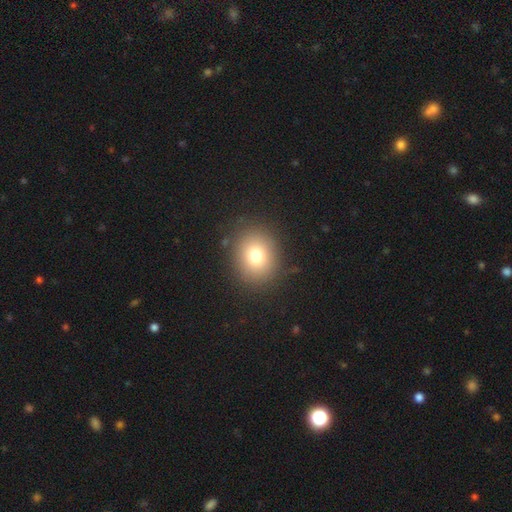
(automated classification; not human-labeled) smooth 77%, star or artifact 13%, featured or disk 10%. Down the decision tree: how rounded — round (74%); merging — none (87%).